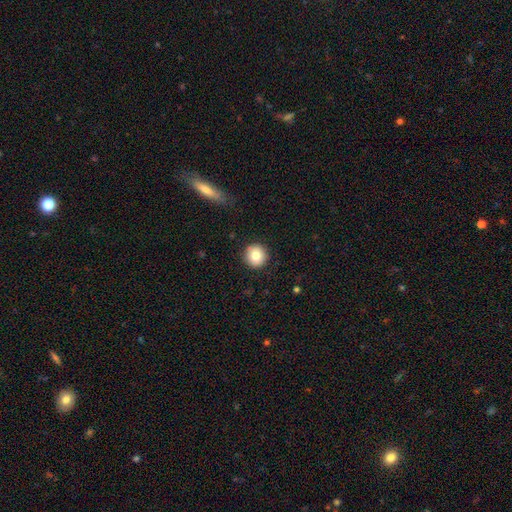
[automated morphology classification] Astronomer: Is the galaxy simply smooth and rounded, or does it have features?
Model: smooth — 82%.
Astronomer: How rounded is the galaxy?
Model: round — 94%.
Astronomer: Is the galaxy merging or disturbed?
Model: none — 90%.